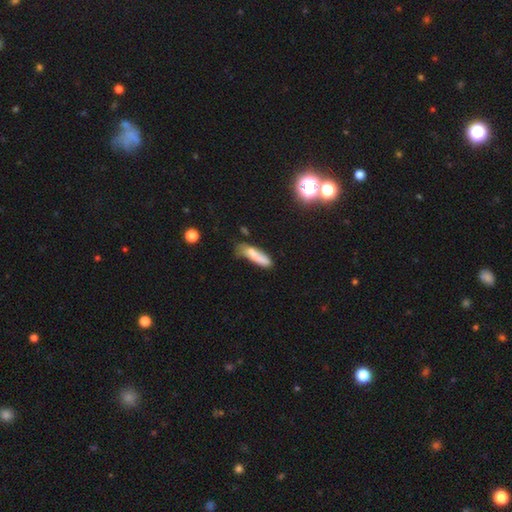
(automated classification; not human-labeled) Smooth or featured? Predicted: smooth (p=0.72). How rounded? Predicted: cigar-shaped (p=0.64). Merging? Predicted: none (p=0.42).